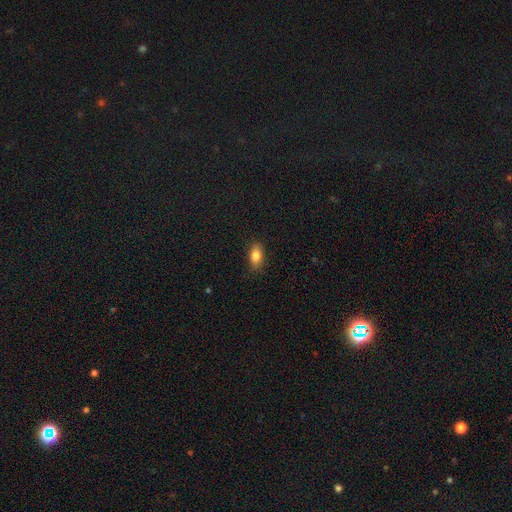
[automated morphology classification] smooth 84%, star or artifact 9%, featured or disk 7%. Down the decision tree: how rounded — in between (87%); merging — none (83%).